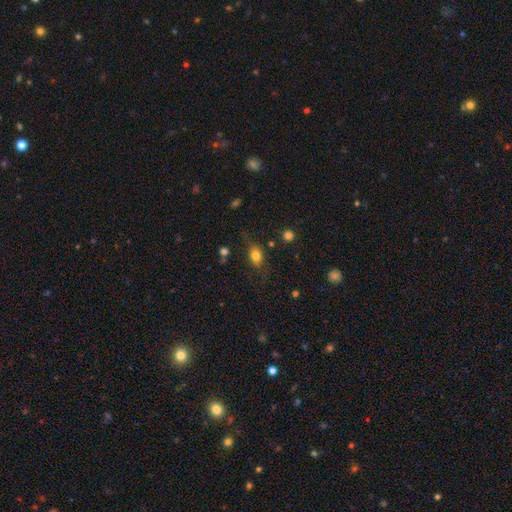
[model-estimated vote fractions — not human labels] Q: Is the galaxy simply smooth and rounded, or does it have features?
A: smooth — 78%.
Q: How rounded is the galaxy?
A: in between — 68%.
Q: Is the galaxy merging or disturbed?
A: none — 70%.